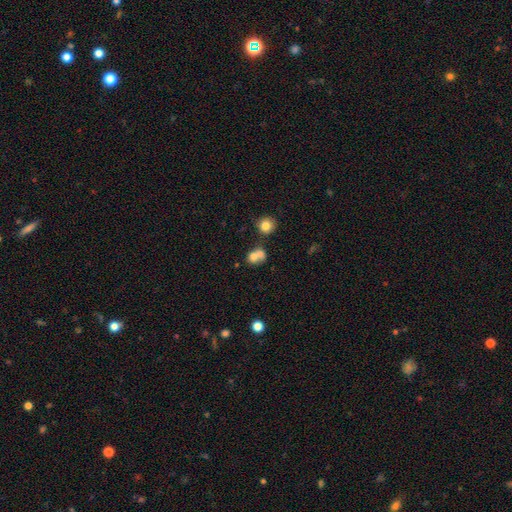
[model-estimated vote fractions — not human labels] A smooth galaxy with no disk features (71%) that is round (61%).

Vote fractions:
- Smooth or featured? smooth: 71% / featured or disk: 17% / star or artifact: 12%
- How rounded? round: 61% / in between: 37% / cigar-shaped: 1%
- Merging? merger: 59% / none: 27% / minor disturbance: 8% / major disturbance: 5%